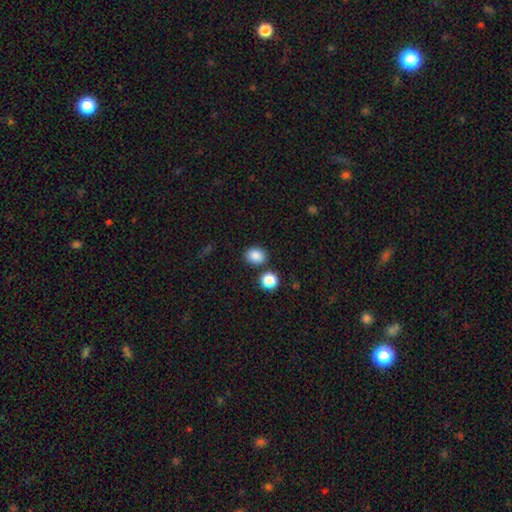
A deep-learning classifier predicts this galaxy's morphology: Smooth or featured? smooth (86%)
How rounded? in between (50%)
Merging? none (80%)